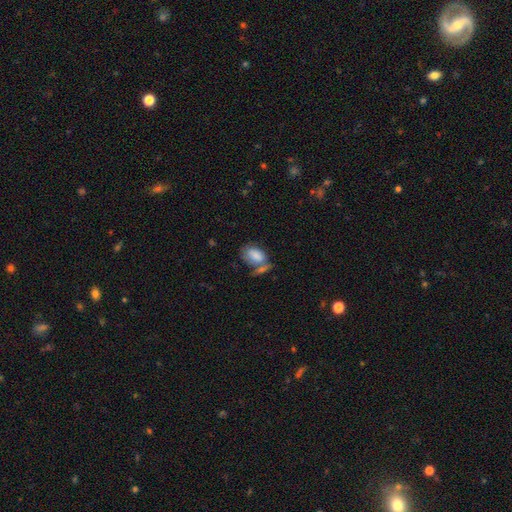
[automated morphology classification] This appears to be a smooth galaxy with no disk features (79%) that is in between round and cigar-shaped (91%). Merging: none (37%).